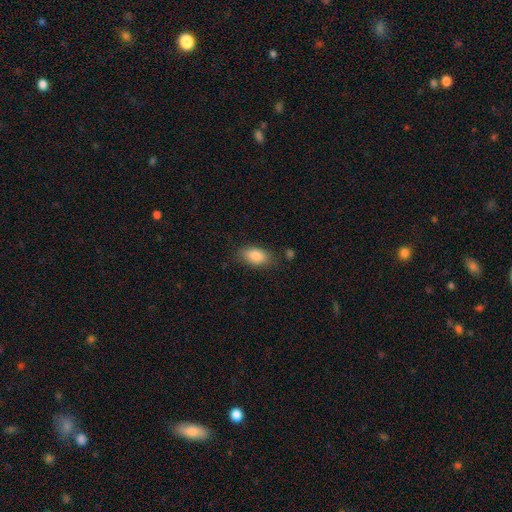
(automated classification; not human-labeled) This is clearly a smooth galaxy (85%). How rounded: clearly in between (91%). Merging: clearly none (80%).